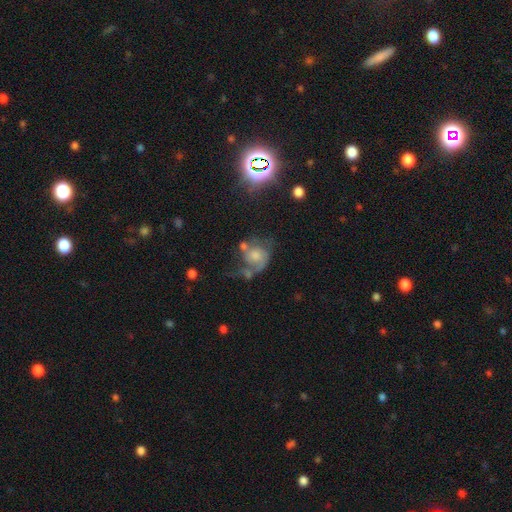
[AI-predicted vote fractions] Q: Smooth or featured?
A: featured or disk (64%); runner-up: smooth (26%)
Q: Edge-on disk?
A: no (98%); runner-up: yes (2%)
Q: Bar?
A: no (74%); runner-up: weak (23%)
Q: Spiral arms?
A: yes (84%); runner-up: no (16%)
Q: Spiral winding?
A: medium (42%); runner-up: loose (33%)
Q: Spiral arm count?
A: 2 (49%); runner-up: 1 (32%)
Q: Bulge size?
A: moderate (44%); runner-up: small (31%)
Q: Merging?
A: major disturbance (32%); runner-up: none (31%)